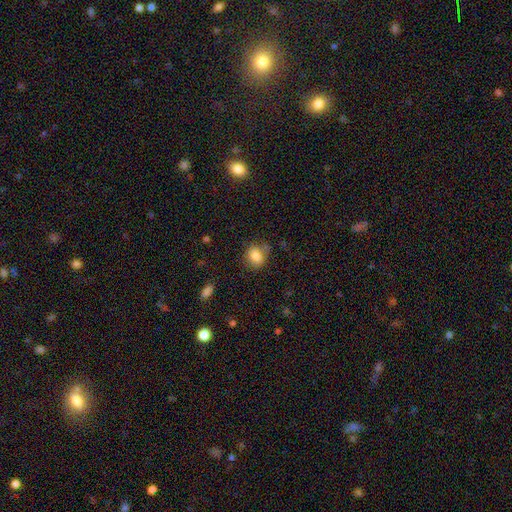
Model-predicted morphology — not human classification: Smooth or featured? Predicted: smooth (p=0.82). How rounded? Predicted: round (p=0.57). Merging? Predicted: none (p=0.71).